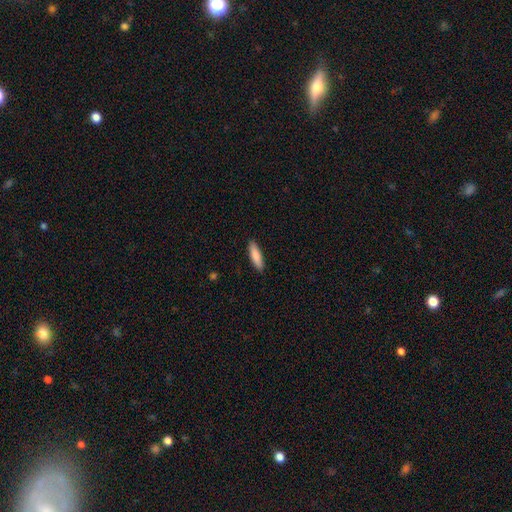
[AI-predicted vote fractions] Q: Smooth or featured?
A: smooth (86%); runner-up: featured or disk (8%)
Q: How rounded?
A: cigar-shaped (64%); runner-up: in between (35%)
Q: Merging?
A: none (90%); runner-up: minor disturbance (8%)